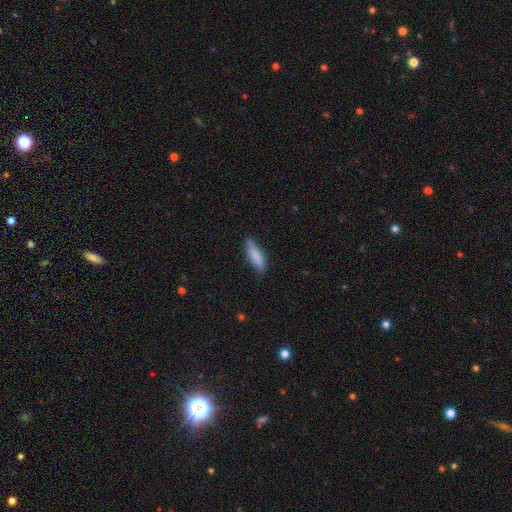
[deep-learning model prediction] Morphology: type=smooth (83%); roundness=cigar-shaped (62%); merging=none (79%).